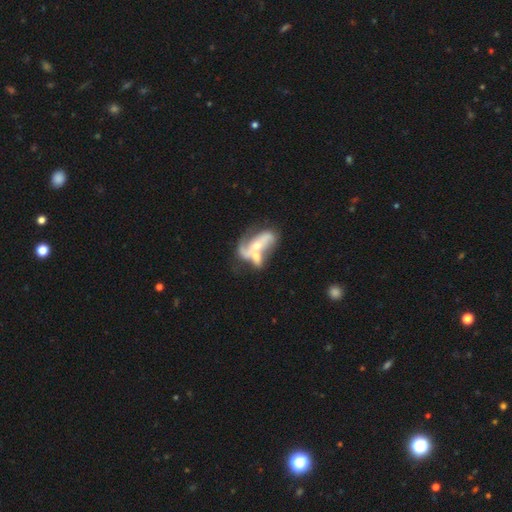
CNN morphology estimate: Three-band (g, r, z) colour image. It shows a featured or disk galaxy (66%) with no bar (66%), spiral arms (60%) and a moderate central bulge (44%). Merging: merger (61%).